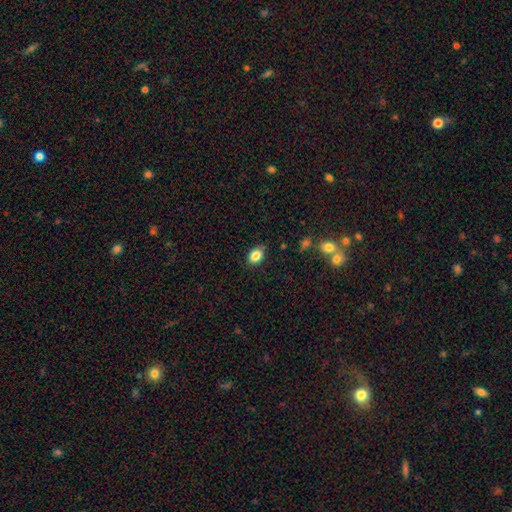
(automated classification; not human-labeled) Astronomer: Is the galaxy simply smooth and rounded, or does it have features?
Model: smooth — 84%.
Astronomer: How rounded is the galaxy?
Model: in between — 67%.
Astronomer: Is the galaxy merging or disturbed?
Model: none — 82%.